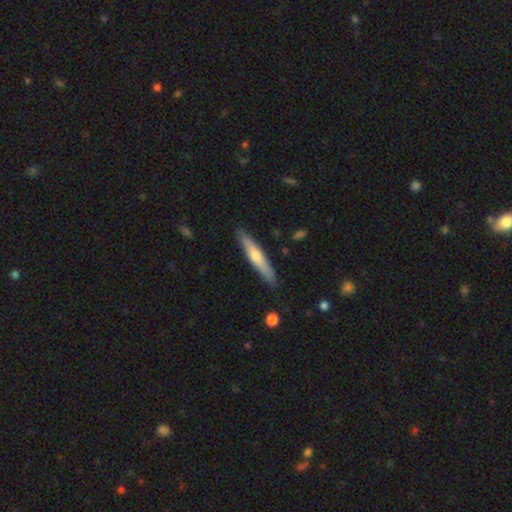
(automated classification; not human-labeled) This is possibly a smooth galaxy (48%). Merging: clearly none (89%).